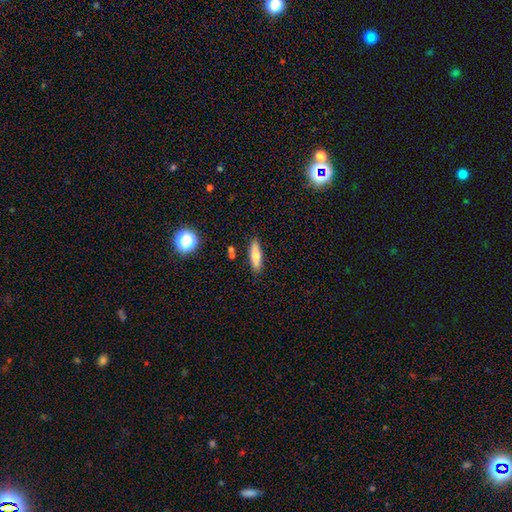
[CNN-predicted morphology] Smooth or featured?
  - smooth: 66% *
  - featured or disk: 26%
  - star or artifact: 8%
How rounded?
  - cigar-shaped: 60% *
  - in between: 37%
  - round: 3%
Merging?
  - none: 85% *
  - minor disturbance: 10%
  - merger: 3%
  - major disturbance: 2%